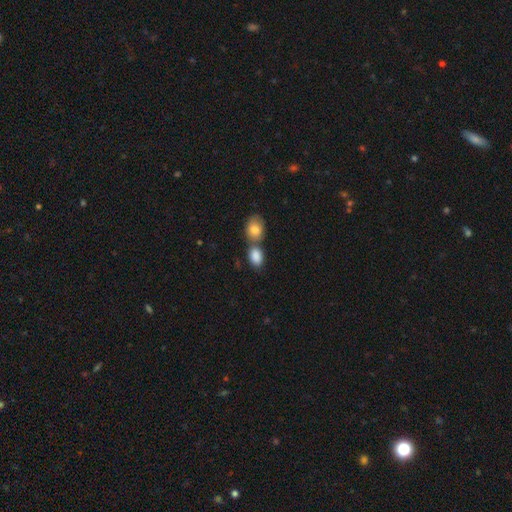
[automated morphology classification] smooth-or-featured: smooth: 86% | star or artifact: 7% | featured or disk: 6%
  how-rounded: in between: 82% | round: 17% | cigar-shaped: 2%
  merging: merger: 48% | none: 39% | minor disturbance: 10% | major disturbance: 3%